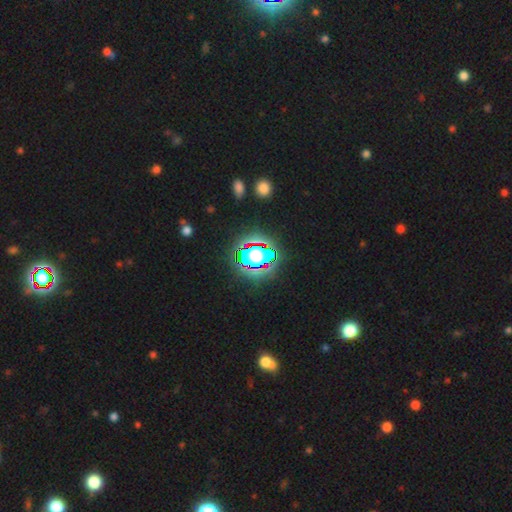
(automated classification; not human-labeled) smooth_or_featured: star or artifact (p=0.78) [alt: smooth p=0.14]